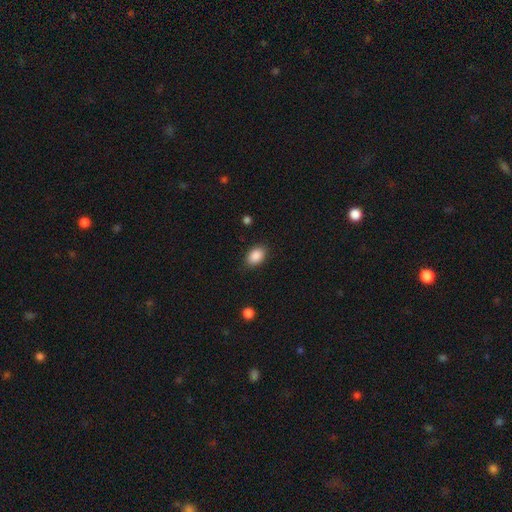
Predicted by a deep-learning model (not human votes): Smooth or featured? smooth (89%)
How rounded? in between (85%)
Merging? none (85%)